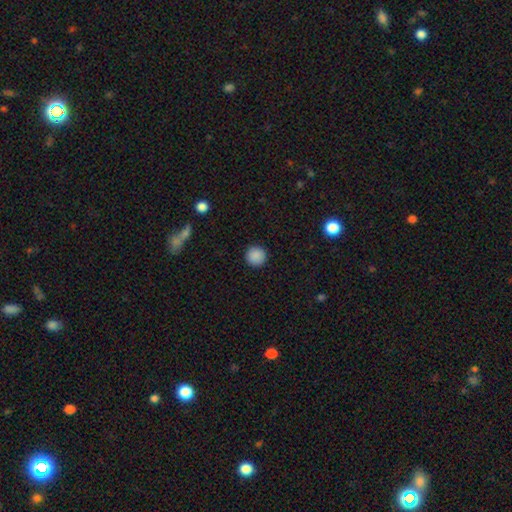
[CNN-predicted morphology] Smooth or featured? Predicted: smooth (p=0.88). How rounded? Predicted: round (p=0.95). Merging? Predicted: none (p=0.92).